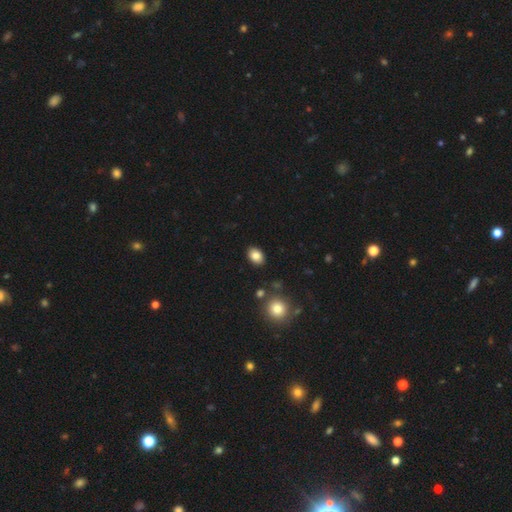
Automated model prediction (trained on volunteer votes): Overall: smooth (84%). How rounded: in between (80%). Merging: none (88%).